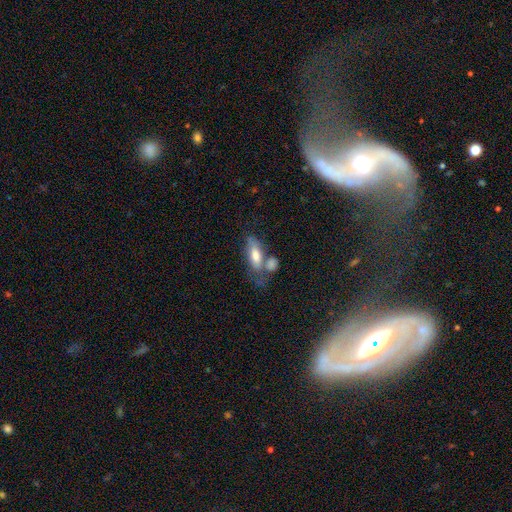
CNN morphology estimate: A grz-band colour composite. It shows a smooth galaxy with no disk features (66%) that is in between round and cigar-shaped (77%). Merging: merger (39%).